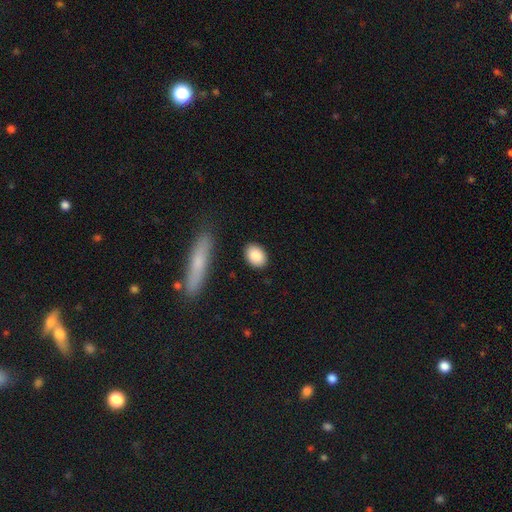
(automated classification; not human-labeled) smooth_or_featured: smooth (p=0.87) [alt: star or artifact p=0.07]
how_rounded: in between (p=0.76) [alt: round p=0.21]
merging: none (p=0.87) [alt: minor disturbance p=0.08]